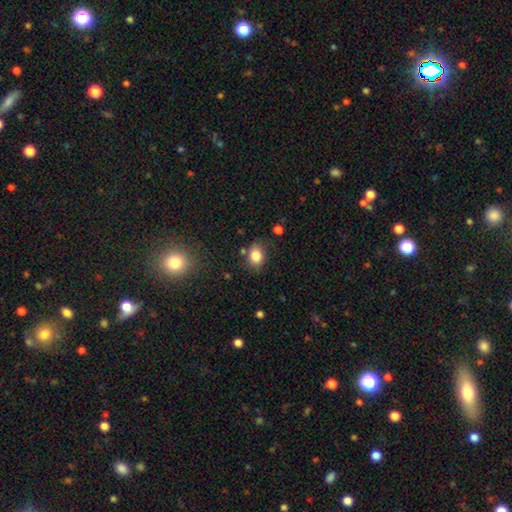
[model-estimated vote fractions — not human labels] smooth-or-featured: smooth: 83% | star or artifact: 11% | featured or disk: 7%
  how-rounded: in between: 53% | round: 46% | cigar-shaped: 1%
  merging: none: 75% | minor disturbance: 16% | major disturbance: 4% | merger: 4%